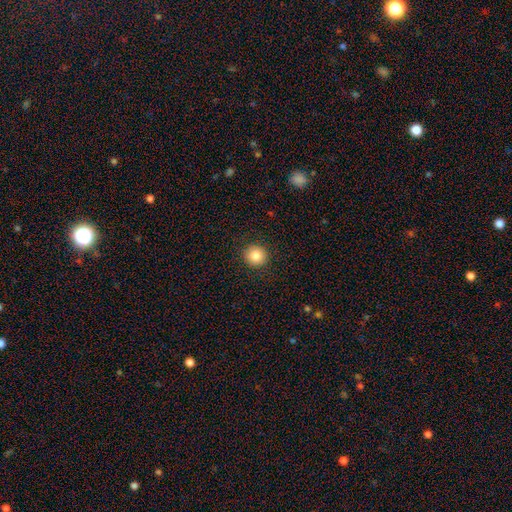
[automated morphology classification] Overall: smooth (85%). How rounded: round (93%). Merging: none (92%).